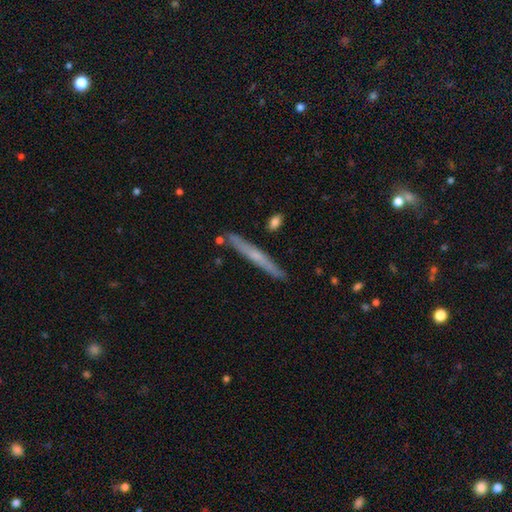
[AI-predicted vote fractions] smooth-or-featured: featured or disk: 51% | smooth: 42% | star or artifact: 6%
  disk-edge-on: yes: 95% | no: 5%
  merging: none: 87% | minor disturbance: 9% | merger: 3% | major disturbance: 2%